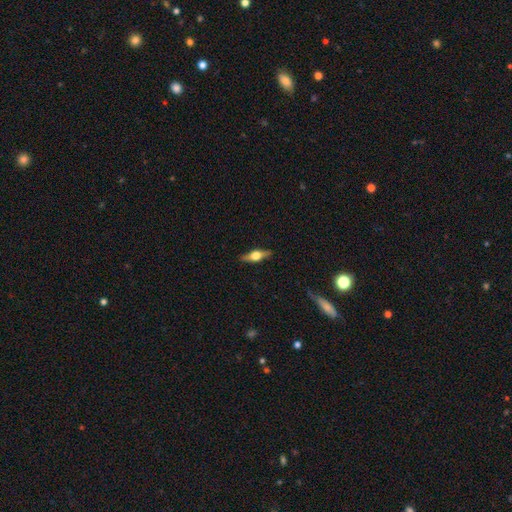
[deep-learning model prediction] The model was most divided on "smooth or featured": featured or disk: 61%, smooth: 32%, star or artifact: 6%. More confident: edge-on disk — yes (95%); edge-on bulge — rounded (94%); merging — none (89%).